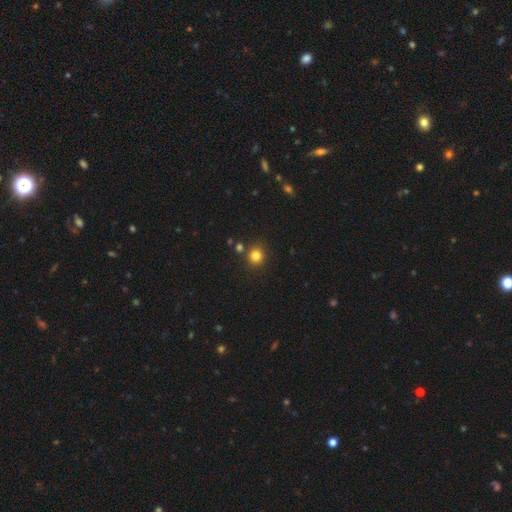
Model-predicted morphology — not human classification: Smooth or featured: smooth — 82% (star or artifact — 13%)
How rounded: round — 89% (in between — 10%)
Merging: none — 84% (minor disturbance — 7%)